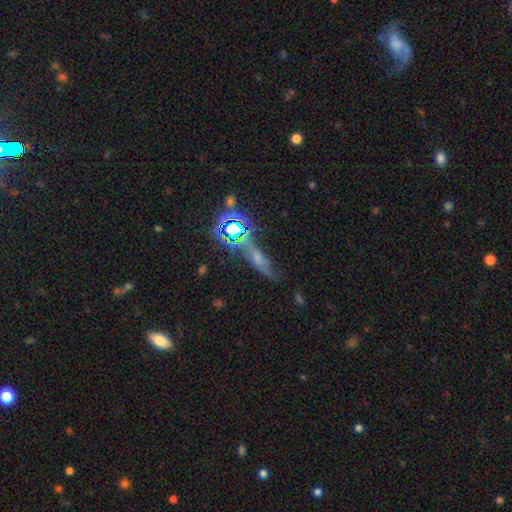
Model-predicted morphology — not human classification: A star or artifact, not a galaxy (45%).

Vote fractions:
- Smooth or featured? star or artifact: 45% / featured or disk: 31% / smooth: 24%